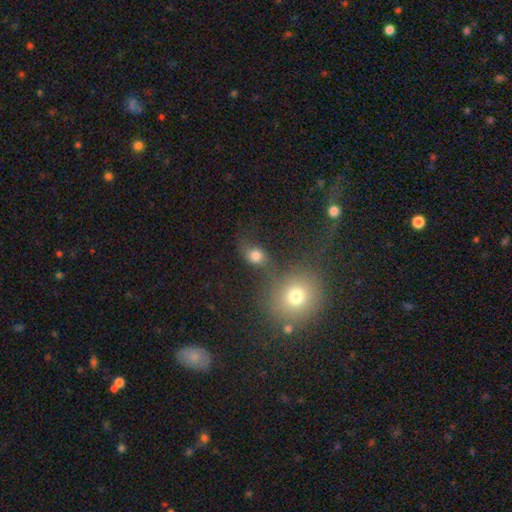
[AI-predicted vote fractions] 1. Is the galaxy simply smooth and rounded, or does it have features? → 71% smooth, 16% star or artifact, 14% featured or disk.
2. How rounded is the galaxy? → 52% round, 46% in between, 2% cigar-shaped.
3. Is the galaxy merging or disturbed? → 52% none, 25% merger, 14% minor disturbance, 10% major disturbance.